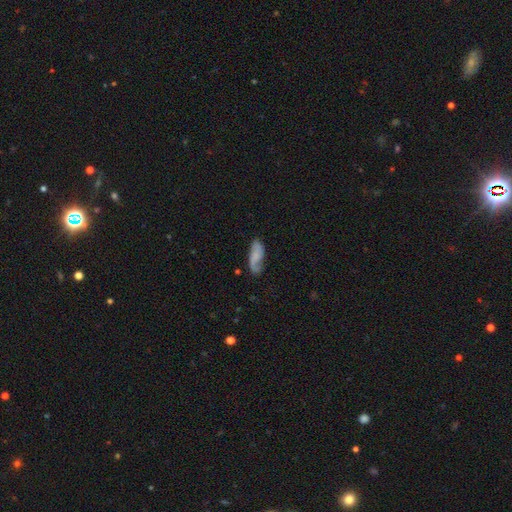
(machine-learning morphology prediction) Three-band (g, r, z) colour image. It shows a featured or disk galaxy (51%). Merging: none (62%).